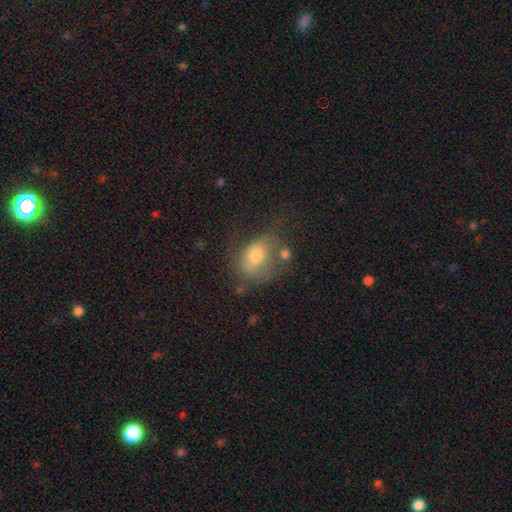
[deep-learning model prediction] Smooth or featured: smooth — 64% (featured or disk — 25%)
How rounded: in between — 66% (round — 32%)
Merging: none — 35% (minor disturbance — 26%)